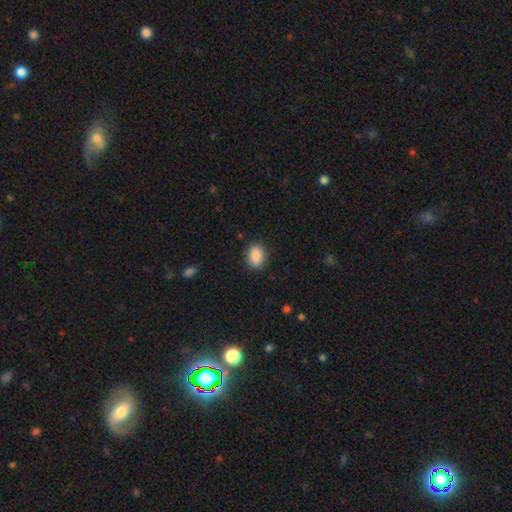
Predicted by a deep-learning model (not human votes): Smooth or featured? smooth (89%)
How rounded? in between (73%)
Merging? none (86%)